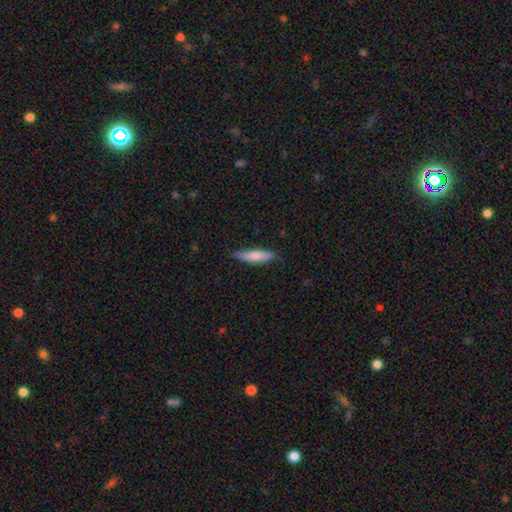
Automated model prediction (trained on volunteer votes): A smooth galaxy with no disk features (77%) that is cigar-shaped (75%).

Vote fractions:
- Smooth or featured? smooth: 77% / featured or disk: 18% / star or artifact: 5%
- How rounded? cigar-shaped: 75% / in between: 24% / round: 1%
- Merging? none: 82% / minor disturbance: 15% / major disturbance: 2% / merger: 1%